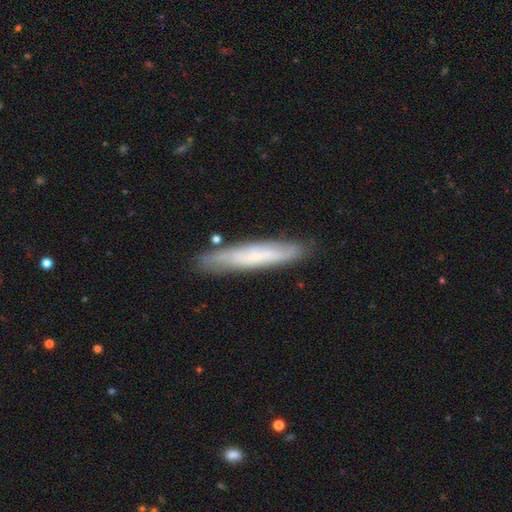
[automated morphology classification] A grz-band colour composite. It shows a smooth galaxy with no disk features (49%). Merging: none (81%).